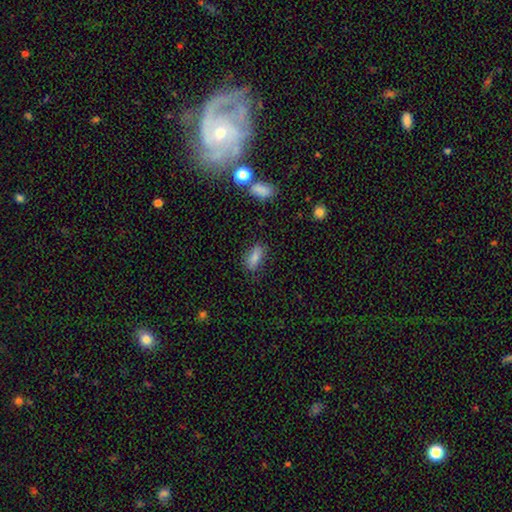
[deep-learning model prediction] Smooth or featured: smooth — 80% (star or artifact — 11%)
How rounded: in between — 79% (cigar-shaped — 15%)
Merging: none — 78% (minor disturbance — 15%)